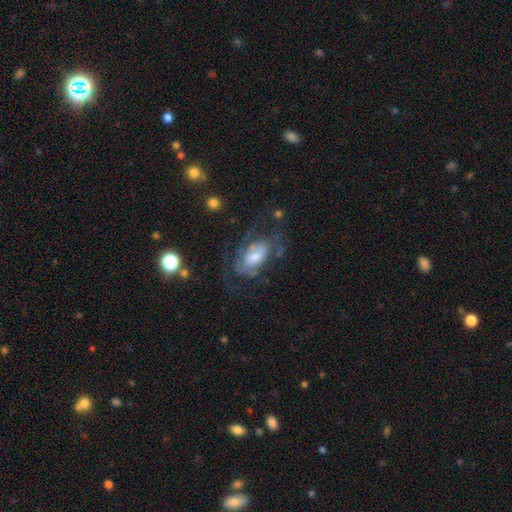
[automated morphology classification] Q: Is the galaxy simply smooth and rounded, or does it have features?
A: featured or disk — 67%.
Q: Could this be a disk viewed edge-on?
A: no — 94%.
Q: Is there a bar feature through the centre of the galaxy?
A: no — 59%.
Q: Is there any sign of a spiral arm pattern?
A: yes — 74%.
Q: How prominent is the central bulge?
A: moderate — 44%.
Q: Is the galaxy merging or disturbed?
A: none — 50%.